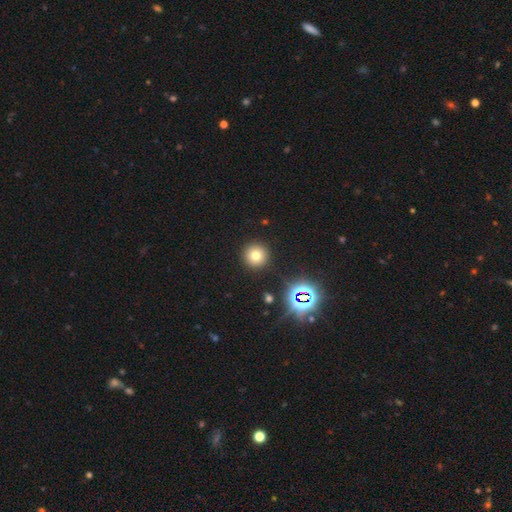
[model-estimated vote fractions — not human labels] Q: Smooth or featured?
A: smooth (72%); runner-up: star or artifact (19%)
Q: How rounded?
A: round (95%); runner-up: in between (4%)
Q: Merging?
A: none (91%); runner-up: minor disturbance (5%)